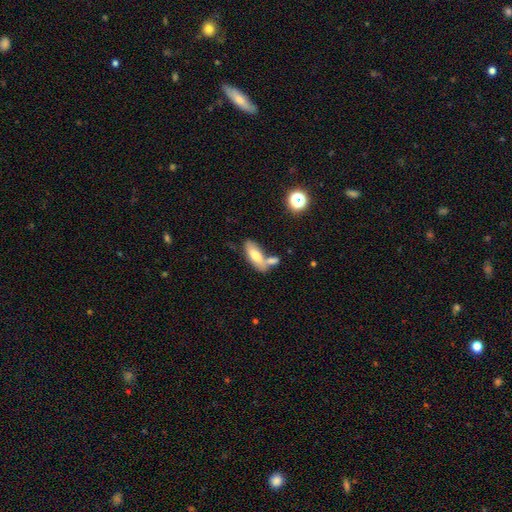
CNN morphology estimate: The model was most divided on "merging": none: 41%, merger: 39%, minor disturbance: 14%, major disturbance: 6%. More confident: how rounded — in between (76%); smooth or featured — smooth (67%).